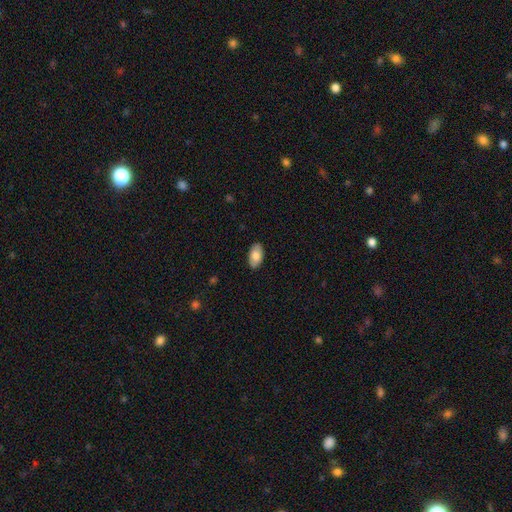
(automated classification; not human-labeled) Smooth or featured: smooth — 78% (featured or disk — 16%)
How rounded: in between — 95% (round — 4%)
Merging: none — 89% (minor disturbance — 9%)